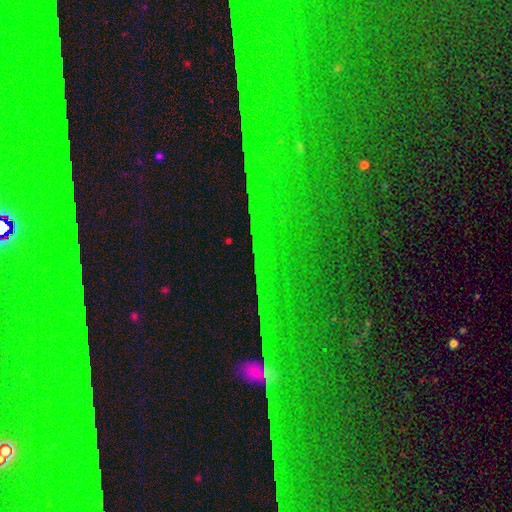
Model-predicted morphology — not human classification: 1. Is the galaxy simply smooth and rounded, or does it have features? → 83% star or artifact, 9% featured or disk, 8% smooth.